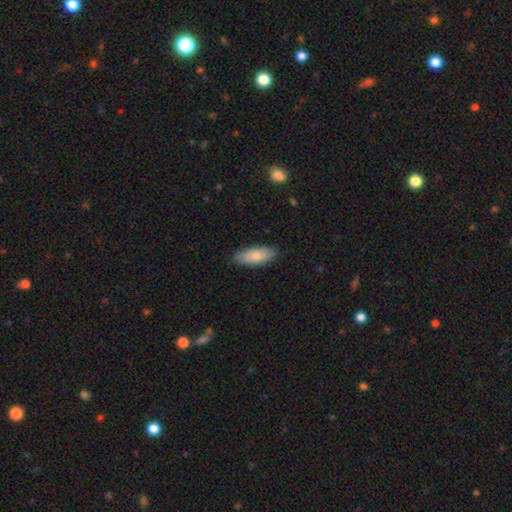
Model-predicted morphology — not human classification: smooth 80%, featured or disk 14%, star or artifact 6%. Down the decision tree: how rounded — in between (79%); merging — none (84%).